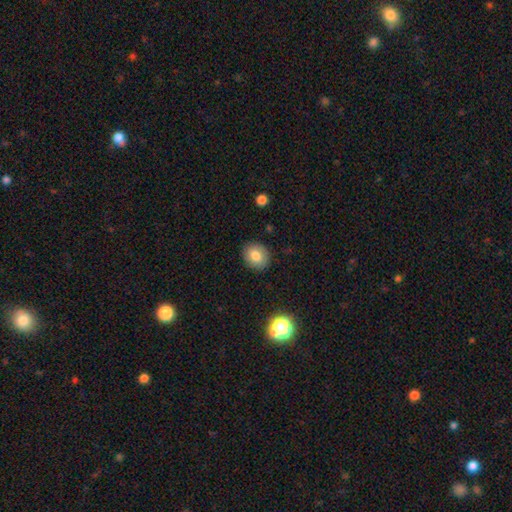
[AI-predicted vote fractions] A smooth galaxy with no disk features (80%) that is round (67%).

Vote fractions:
- Smooth or featured? smooth: 80% / star or artifact: 10% / featured or disk: 10%
- How rounded? round: 67% / in between: 32% / cigar-shaped: 1%
- Merging? none: 88% / minor disturbance: 8% / major disturbance: 2% / merger: 1%